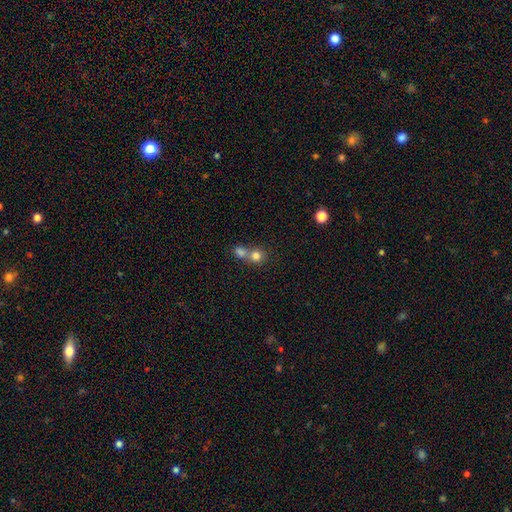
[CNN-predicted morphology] The model was most divided on "merging": merger: 56%, none: 36%, minor disturbance: 5%, major disturbance: 2%. More confident: how rounded — round (85%); smooth or featured — smooth (79%).